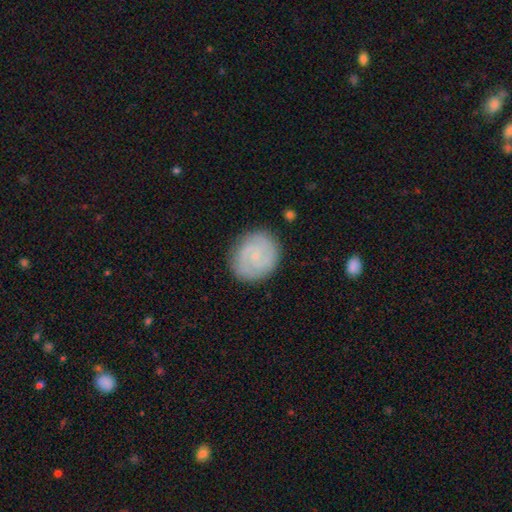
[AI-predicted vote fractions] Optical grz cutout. It shows a featured or disk galaxy (72%) with no bar (62%), 2 (61%) tight (59%) spiral arms (94%) and a small central bulge (78%). Merging: none (86%).